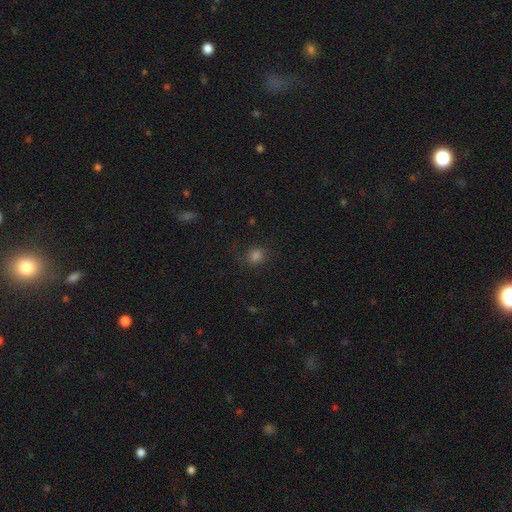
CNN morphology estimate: smooth 76%, star or artifact 19%, featured or disk 5%. Down the decision tree: how rounded — round (77%); merging — none (81%).